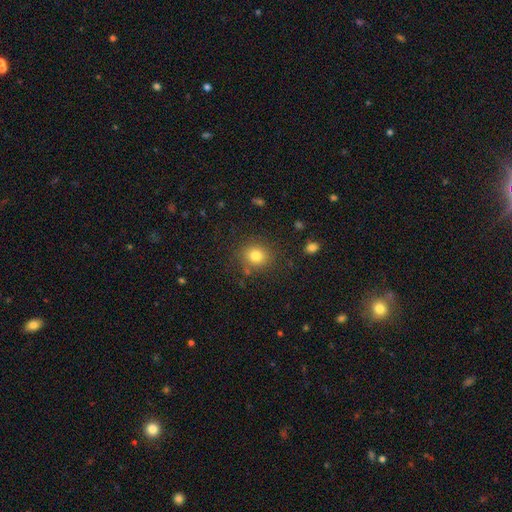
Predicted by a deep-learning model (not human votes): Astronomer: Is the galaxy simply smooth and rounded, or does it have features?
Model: smooth — 80%.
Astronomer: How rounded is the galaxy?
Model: round — 81%.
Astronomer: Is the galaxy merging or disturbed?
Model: none — 83%.